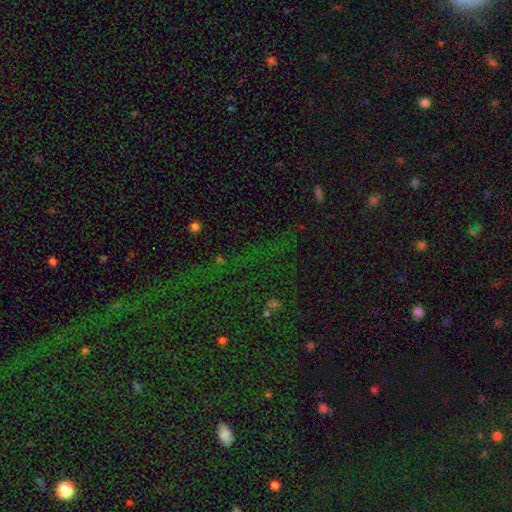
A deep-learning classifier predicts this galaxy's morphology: star or artifact 77%, smooth 13%, featured or disk 10%.